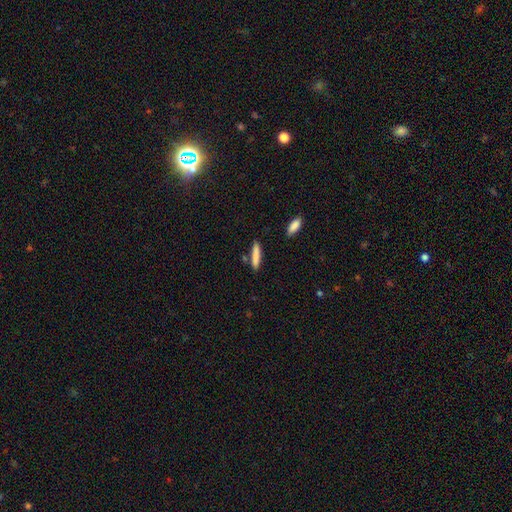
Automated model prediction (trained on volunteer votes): smooth_or_featured: smooth (p=0.83) [alt: featured or disk p=0.11]
how_rounded: cigar-shaped (p=0.87) [alt: in between p=0.12]
merging: none (p=0.84) [alt: minor disturbance p=0.10]